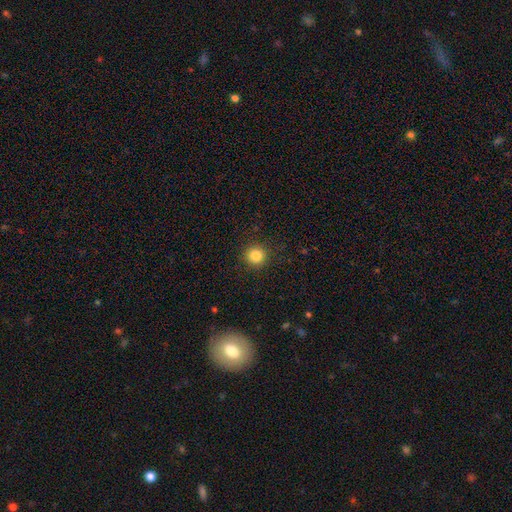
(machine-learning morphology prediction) Smooth or featured? Predicted: smooth (p=0.84). How rounded? Predicted: round (p=0.94). Merging? Predicted: none (p=0.91).